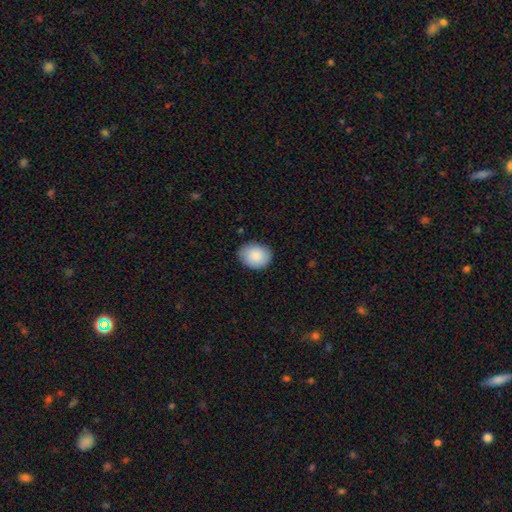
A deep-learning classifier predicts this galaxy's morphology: smooth_or_featured: smooth (p=0.88) [alt: star or artifact p=0.06]
how_rounded: in between (p=0.58) [alt: round p=0.41]
merging: none (p=0.82) [alt: minor disturbance p=0.14]